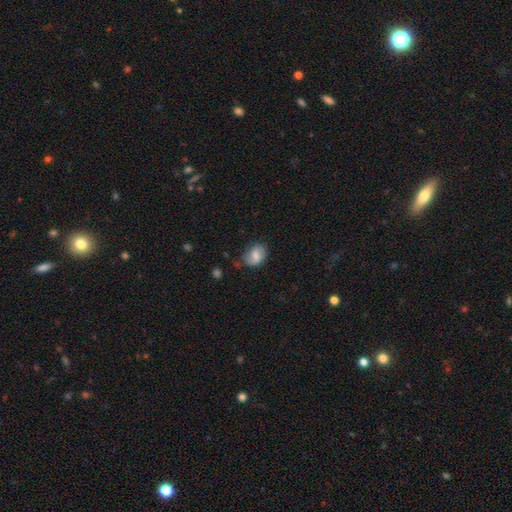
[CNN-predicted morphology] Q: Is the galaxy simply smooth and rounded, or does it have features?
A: smooth — 67%.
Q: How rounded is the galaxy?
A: in between — 64%.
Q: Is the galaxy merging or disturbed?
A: none — 63%.